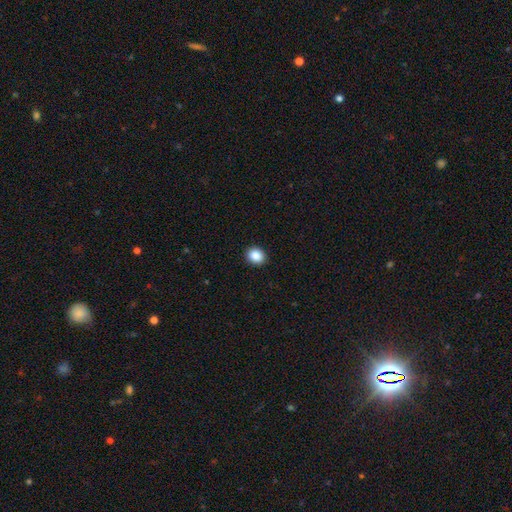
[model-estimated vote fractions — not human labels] smooth-or-featured: smooth: 88% | star or artifact: 9% | featured or disk: 3%
  how-rounded: round: 62% | in between: 37% | cigar-shaped: 1%
  merging: none: 92% | minor disturbance: 5% | major disturbance: 2% | merger: 1%